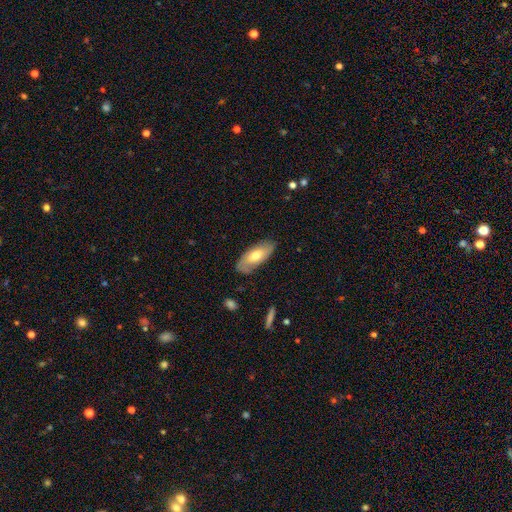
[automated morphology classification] Smooth or featured? smooth (60%)
How rounded? in between (84%)
Merging? none (78%)